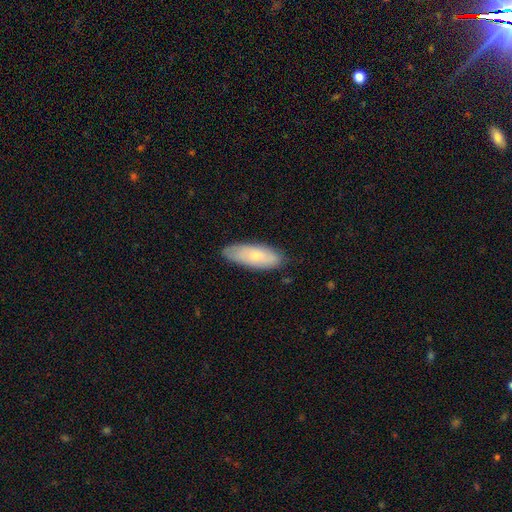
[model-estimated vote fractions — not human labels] smooth 68%, featured or disk 25%, star or artifact 6%. Down the decision tree: how rounded — in between (70%); merging — none (80%).